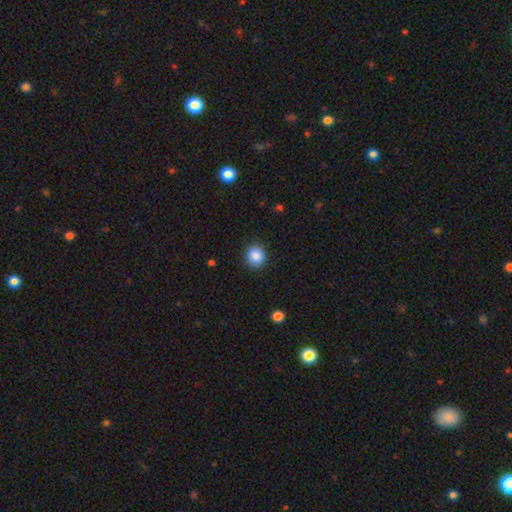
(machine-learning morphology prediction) The model was most divided on "how rounded": round: 75%, in between: 24%, cigar-shaped: 1%. More confident: merging — none (89%); smooth or featured — smooth (88%).